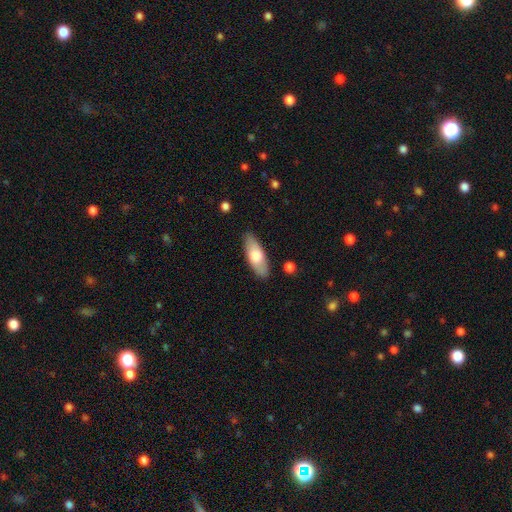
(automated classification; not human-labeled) This is likely a smooth galaxy (68%). How rounded: likely in between (71%). Merging: clearly none (86%).